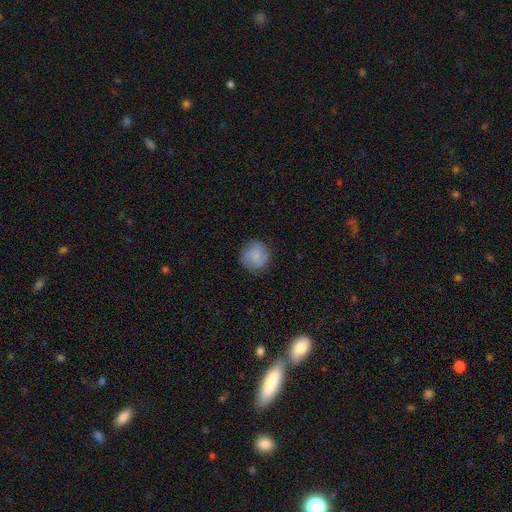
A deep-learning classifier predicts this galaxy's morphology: This is likely a smooth galaxy (75%). How rounded: clearly round (92%). Merging: clearly none (83%).